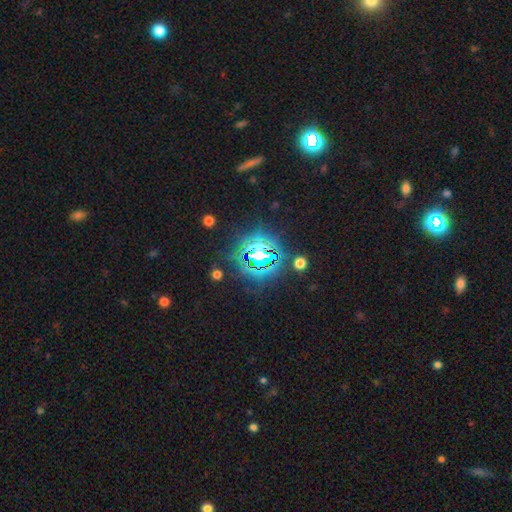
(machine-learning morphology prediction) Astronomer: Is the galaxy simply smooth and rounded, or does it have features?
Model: star or artifact — 70%.